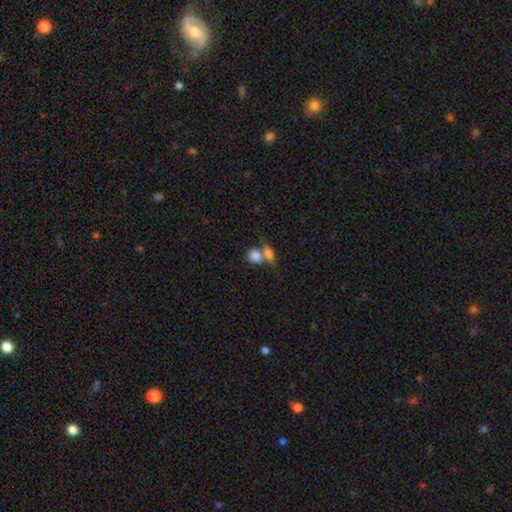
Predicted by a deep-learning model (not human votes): Morphology: type=smooth (82%); roundness=round (51%); merging=merger (59%).